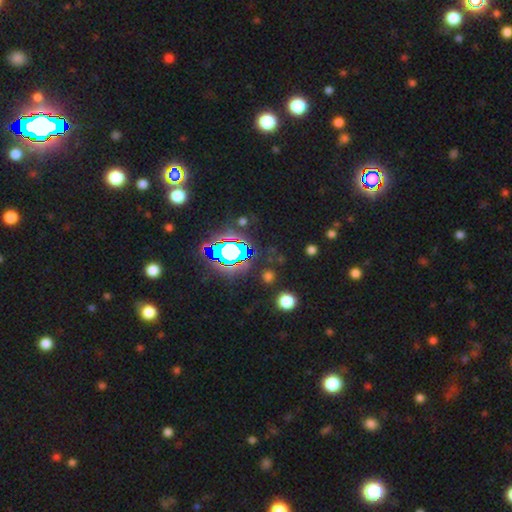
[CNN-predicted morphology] This appears to be a star or artifact, not a galaxy (77%).